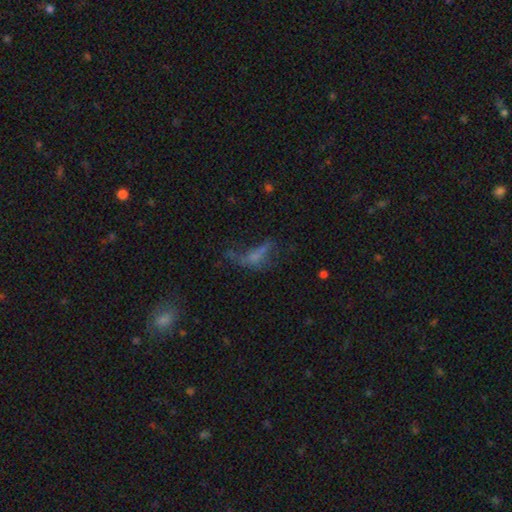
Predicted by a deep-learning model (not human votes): A smooth galaxy with no disk features (44%). Merging: major disturbance (45%).